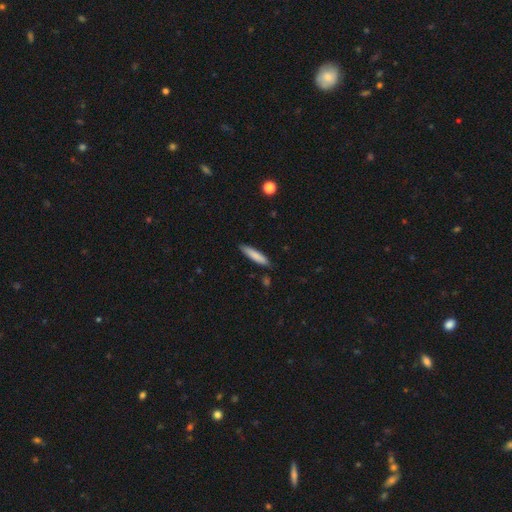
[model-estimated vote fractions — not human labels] smooth_or_featured: smooth (p=0.83) [alt: featured or disk p=0.11]
how_rounded: cigar-shaped (p=0.84) [alt: in between p=0.14]
merging: none (p=0.86) [alt: minor disturbance p=0.10]